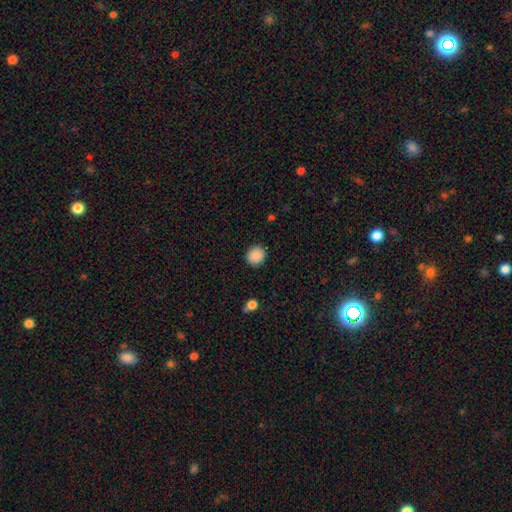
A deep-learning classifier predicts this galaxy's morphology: This appears to be a smooth galaxy with no disk features (89%) that is round (83%). Merging: none (89%).